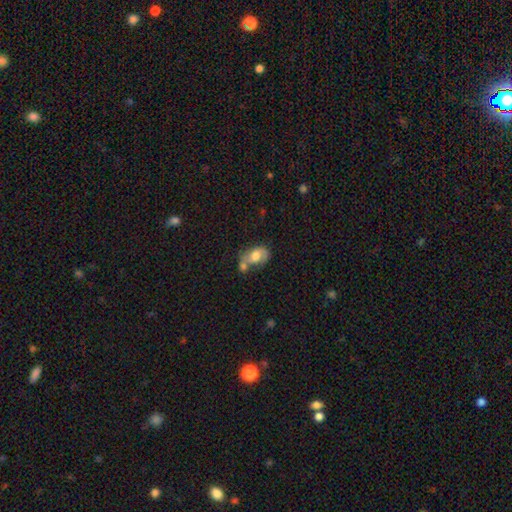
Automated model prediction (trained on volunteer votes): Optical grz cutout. It shows a smooth galaxy with no disk features (54%) that is in between round and cigar-shaped (81%). Merging: merger (45%).